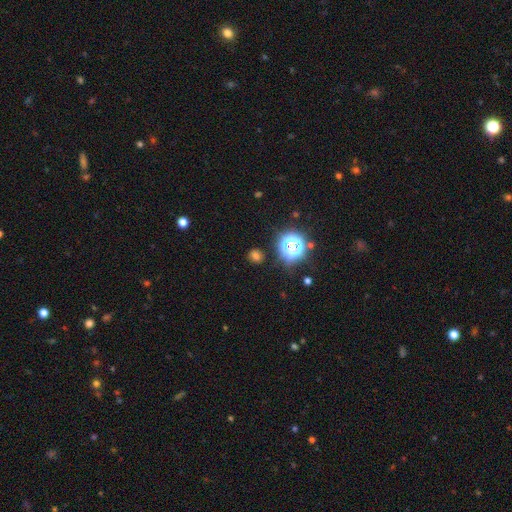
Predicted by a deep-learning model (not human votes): The model was most divided on "smooth or featured": smooth: 60%, star or artifact: 33%, featured or disk: 7%. More confident: merging — none (82%); how rounded — round (66%).